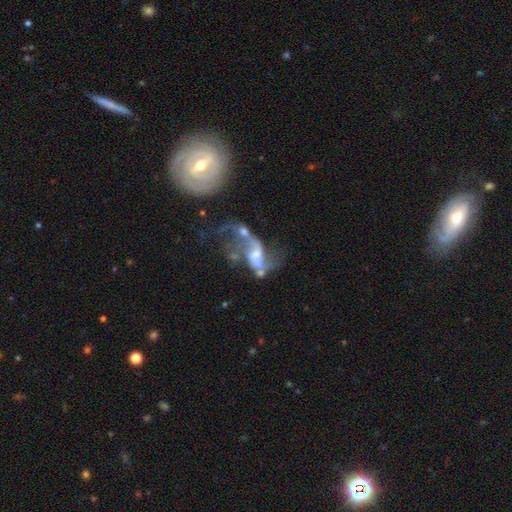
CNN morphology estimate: type=featured or disk (75%); edge-on=no (96%); bar=no (46%); spiral arms=yes (71%); winding=loose (80%); arm count=2 (76%); bulge=moderate (31%, tied with none); merging=merger (40%).